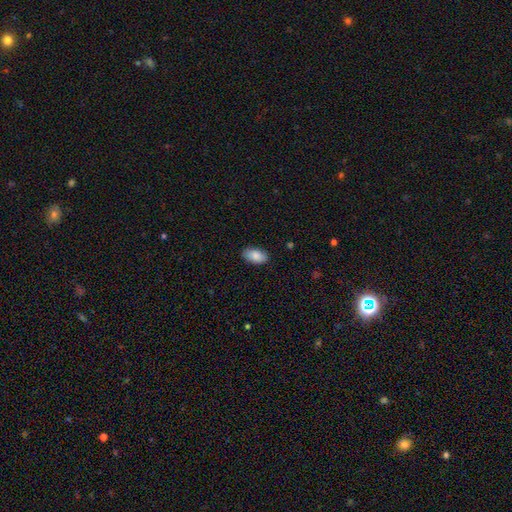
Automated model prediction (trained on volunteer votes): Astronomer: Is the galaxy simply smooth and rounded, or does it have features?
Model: smooth — 85%.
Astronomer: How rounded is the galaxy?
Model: in between — 94%.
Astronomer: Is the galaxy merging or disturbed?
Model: none — 86%.